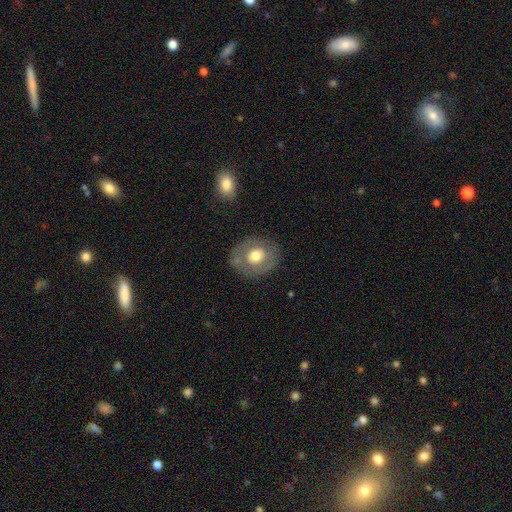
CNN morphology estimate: The model was most divided on "smooth or featured": smooth: 54%, featured or disk: 39%, star or artifact: 7%. More confident: merging — none (76%); how rounded — round (66%).